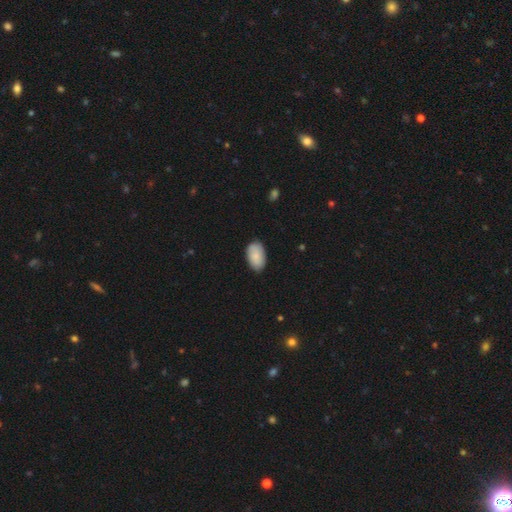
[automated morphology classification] Smooth or featured? smooth (86%)
How rounded? in between (94%)
Merging? none (80%)